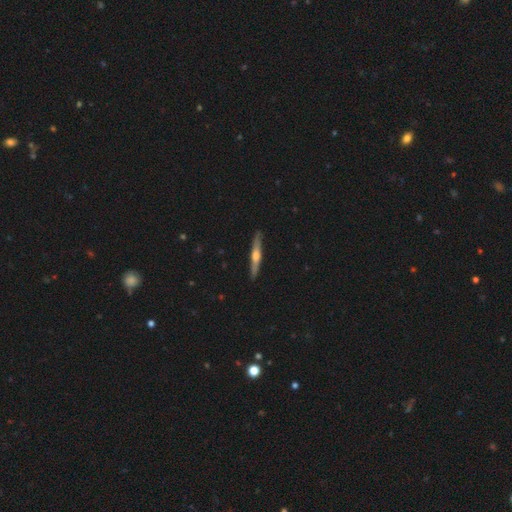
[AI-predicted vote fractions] A featured or disk galaxy (67%) viewed edge-on (97%) with a rounded central bulge (87%). Merging: none (90%).